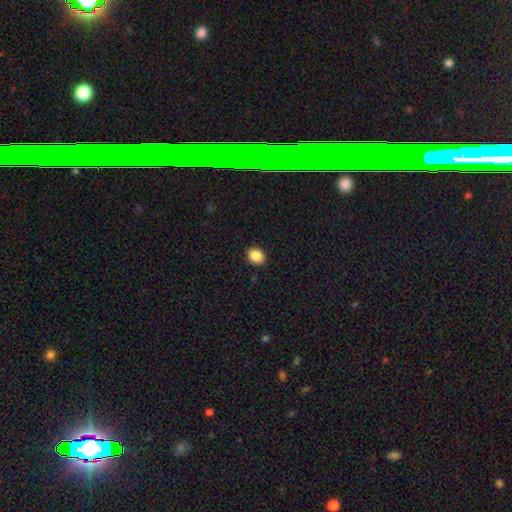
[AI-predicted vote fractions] The model was most divided on "how rounded": round: 71%, in between: 29%, cigar-shaped: 1%. More confident: merging — none (91%); smooth or featured — smooth (88%).